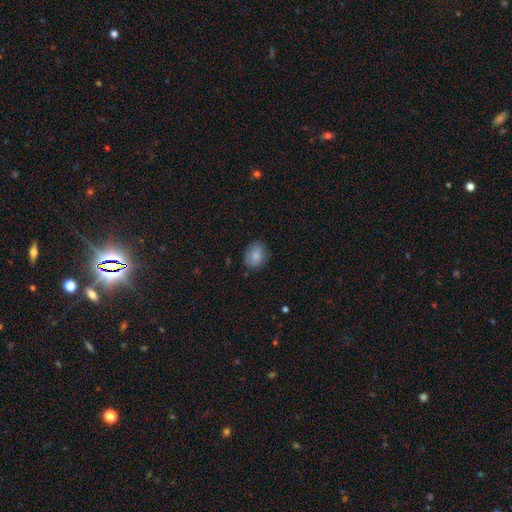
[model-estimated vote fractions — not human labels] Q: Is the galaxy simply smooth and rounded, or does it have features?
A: smooth — 83%.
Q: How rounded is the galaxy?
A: in between — 52%.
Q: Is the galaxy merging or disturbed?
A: none — 81%.